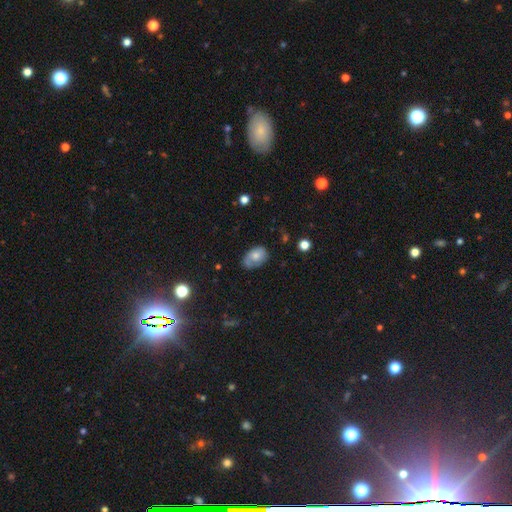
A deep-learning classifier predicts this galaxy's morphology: smooth_or_featured: smooth (p=0.63) [alt: featured or disk p=0.28]
how_rounded: in between (p=0.87) [alt: round p=0.12]
merging: none (p=0.59) [alt: minor disturbance p=0.29]